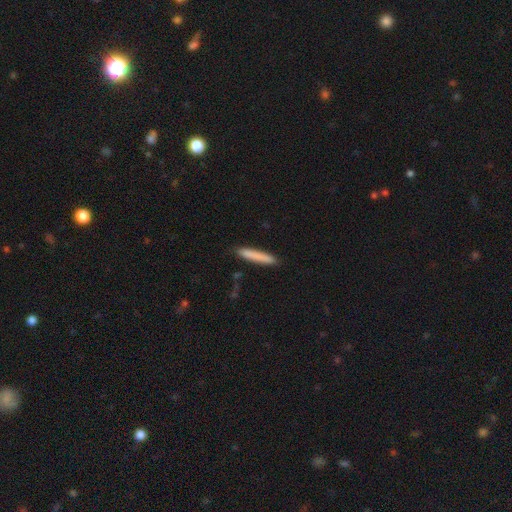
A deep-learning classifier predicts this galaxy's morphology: smooth-or-featured: smooth: 80% | featured or disk: 14% | star or artifact: 6%
  how-rounded: cigar-shaped: 95% | in between: 4% | round: 1%
  merging: none: 88% | minor disturbance: 9% | major disturbance: 2% | merger: 1%